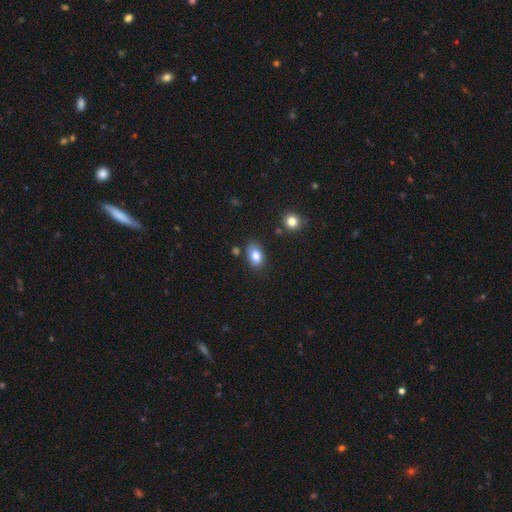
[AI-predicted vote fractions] smooth-or-featured: smooth: 83% | featured or disk: 8% | star or artifact: 8%
  how-rounded: in between: 85% | round: 13% | cigar-shaped: 1%
  merging: none: 77% | minor disturbance: 16% | merger: 4% | major disturbance: 3%